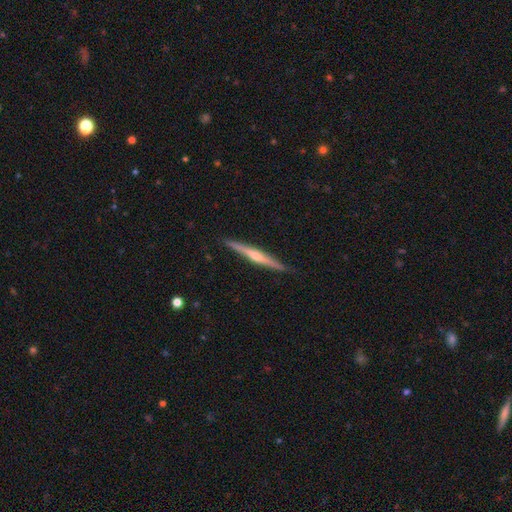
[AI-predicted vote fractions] Smooth or featured? featured or disk (71%)
Edge-on disk? yes (98%)
Edge-on bulge? rounded (78%)
Merging? none (90%)